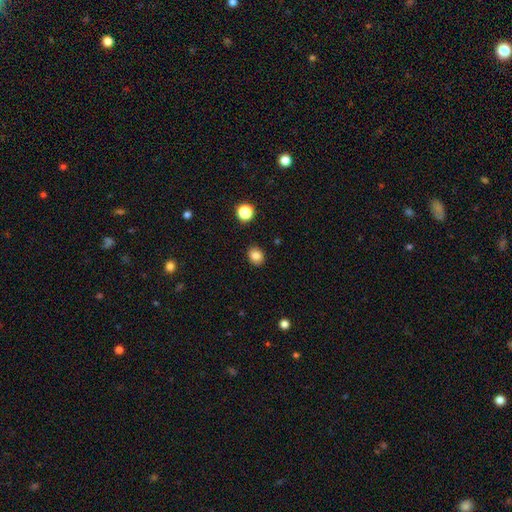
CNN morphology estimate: A smooth galaxy with no disk features (83%) that is round (63%).

Vote fractions:
- Smooth or featured? smooth: 83% / star or artifact: 11% / featured or disk: 6%
- How rounded? round: 63% / in between: 37% / cigar-shaped: 1%
- Merging? none: 89% / minor disturbance: 7% / major disturbance: 2% / merger: 1%